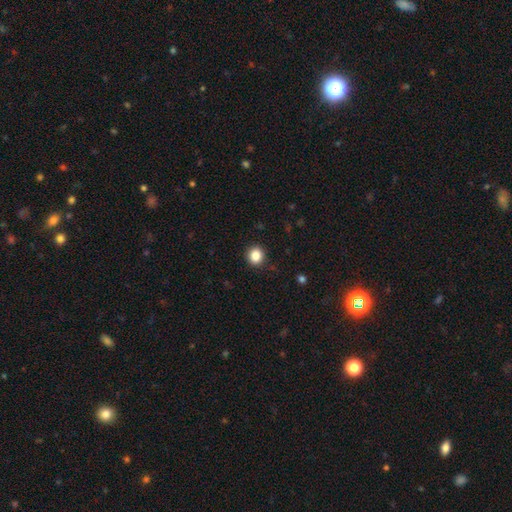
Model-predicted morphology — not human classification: smooth_or_featured: smooth (p=0.86) [alt: star or artifact p=0.10]
how_rounded: round (p=0.83) [alt: in between p=0.16]
merging: none (p=0.90) [alt: minor disturbance p=0.07]